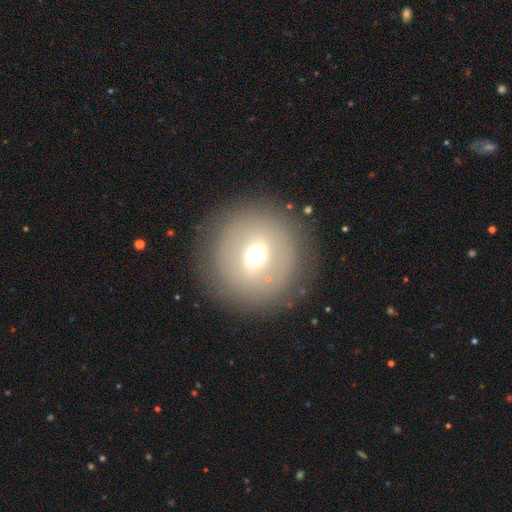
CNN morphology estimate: smooth 52%, featured or disk 32%, star or artifact 16%. Down the decision tree: how rounded — round (93%); merging — none (86%).